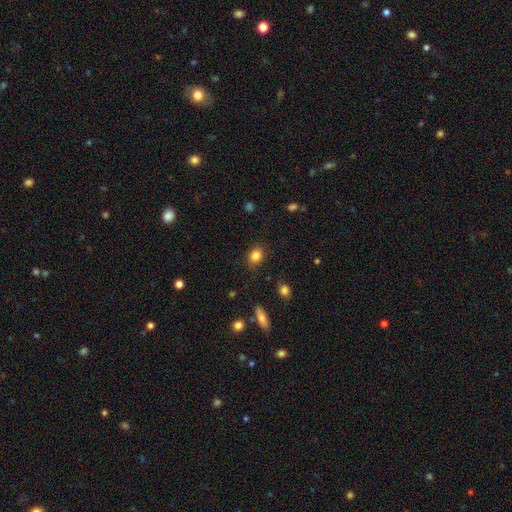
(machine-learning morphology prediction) The model was most divided on "how rounded": in between: 50%, round: 49%, cigar-shaped: 1%. More confident: smooth or featured — smooth (84%); merging — none (83%).